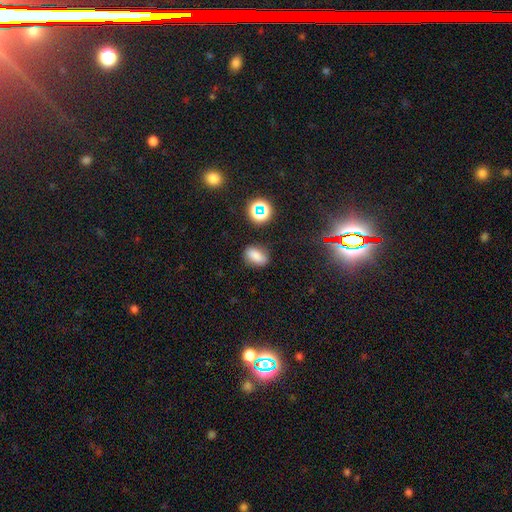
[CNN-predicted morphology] A smooth galaxy with no disk features (76%) that is in between round and cigar-shaped (79%). Merging: none (77%).